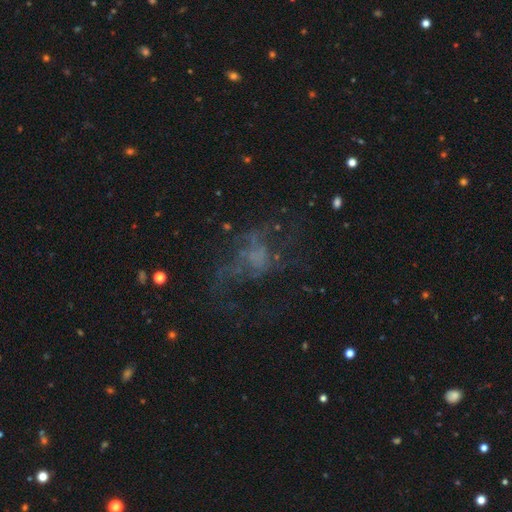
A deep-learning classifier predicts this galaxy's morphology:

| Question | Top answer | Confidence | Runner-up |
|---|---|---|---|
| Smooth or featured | featured or disk | 51% | star or artifact (25%) |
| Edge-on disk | no | 96% | yes (4%) |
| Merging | major disturbance | 43% | none (40%) |